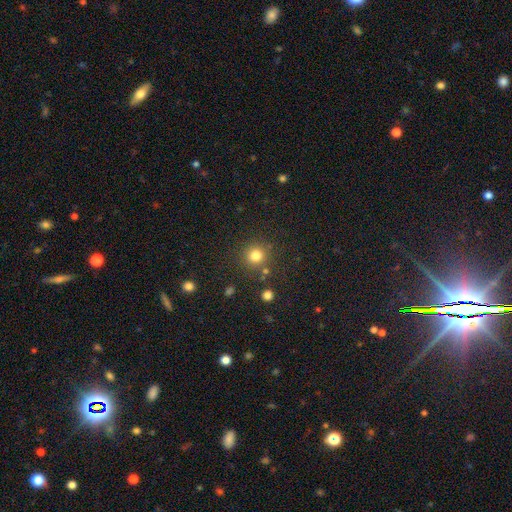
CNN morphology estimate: Smooth or featured? Predicted: smooth (p=0.81). How rounded? Predicted: round (p=0.93). Merging? Predicted: none (p=0.84).